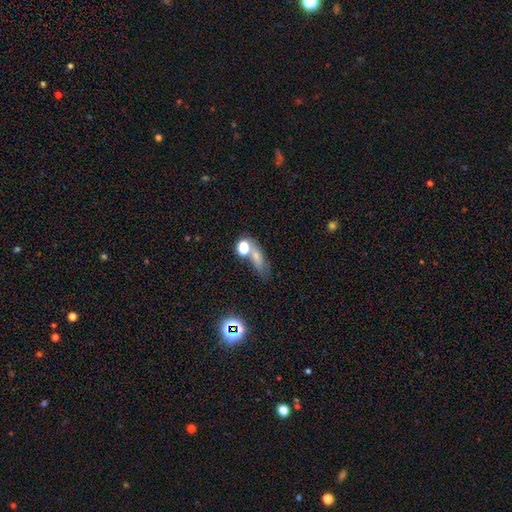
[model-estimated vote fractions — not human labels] Overall: smooth (62%). How rounded: in between (56%; cigar-shaped 22%). Merging: none (45%; merger 29%).